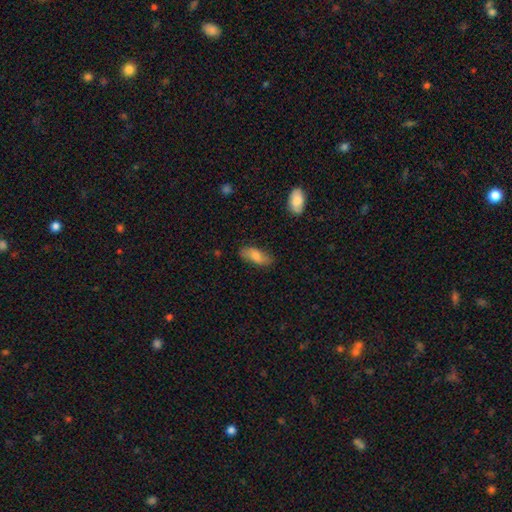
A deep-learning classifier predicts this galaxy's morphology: The model was most divided on "smooth or featured": smooth: 78%, featured or disk: 16%, star or artifact: 6%. More confident: how rounded — in between (82%); merging — none (79%).